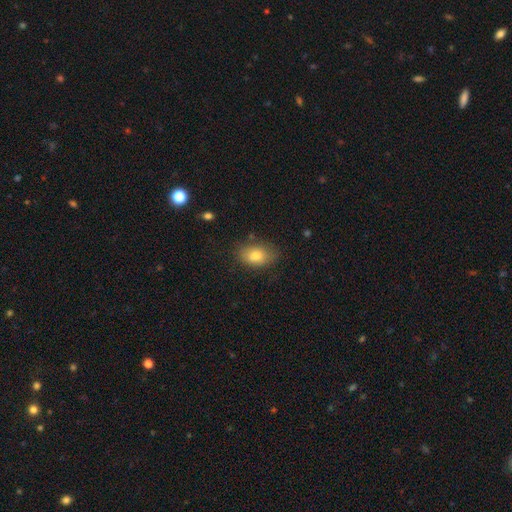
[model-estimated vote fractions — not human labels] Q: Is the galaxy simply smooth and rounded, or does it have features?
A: smooth — 78%.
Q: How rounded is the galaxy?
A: in between — 84%.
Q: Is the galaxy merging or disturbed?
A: none — 75%.